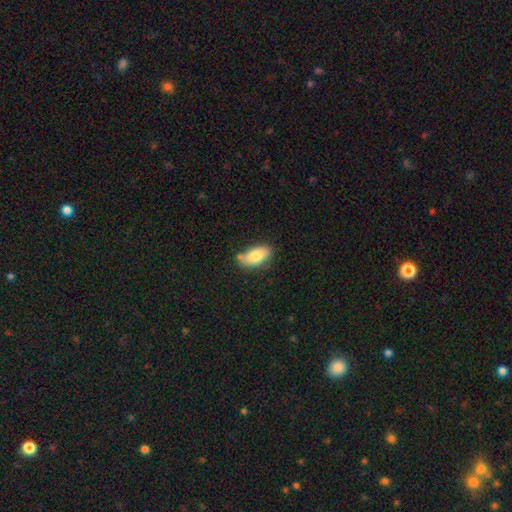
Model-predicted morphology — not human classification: A smooth galaxy with no disk features (82%) that is in between round and cigar-shaped (92%).

Vote fractions:
- Smooth or featured? smooth: 82% / featured or disk: 11% / star or artifact: 7%
- How rounded? in between: 92% / cigar-shaped: 6% / round: 3%
- Merging? none: 70% / minor disturbance: 19% / merger: 8% / major disturbance: 4%